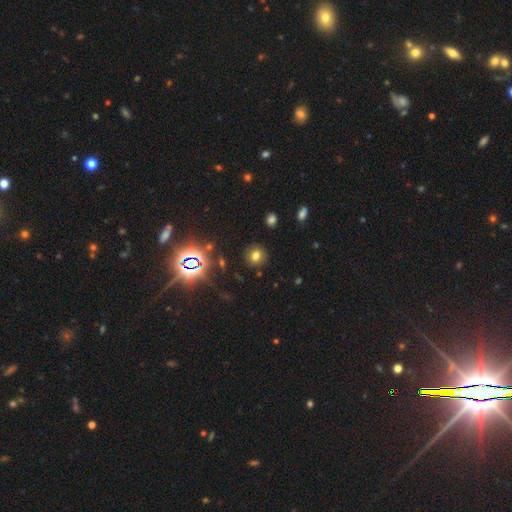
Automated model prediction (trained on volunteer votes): This is likely a smooth galaxy (69%). How rounded: clearly round (83%). Merging: clearly none (87%).